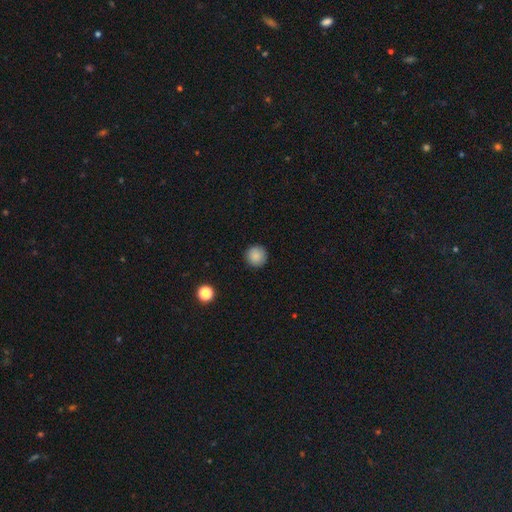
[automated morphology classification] Q: Smooth or featured?
A: smooth (87%); runner-up: star or artifact (9%)
Q: How rounded?
A: round (96%); runner-up: in between (3%)
Q: Merging?
A: none (92%); runner-up: minor disturbance (6%)